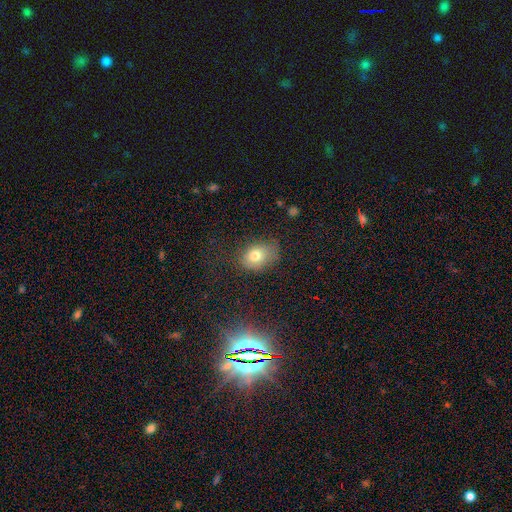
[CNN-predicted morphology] Q: Smooth or featured?
A: smooth (76%); runner-up: featured or disk (12%)
Q: How rounded?
A: in between (71%); runner-up: round (27%)
Q: Merging?
A: none (64%); runner-up: minor disturbance (25%)